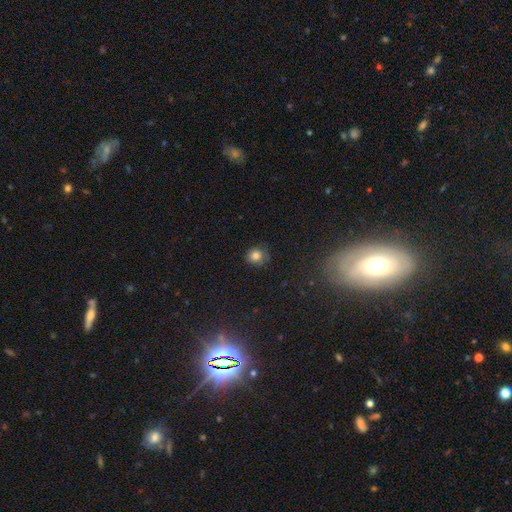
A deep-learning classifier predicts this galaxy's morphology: Smooth or featured? smooth (82%)
How rounded? round (83%)
Merging? none (76%)